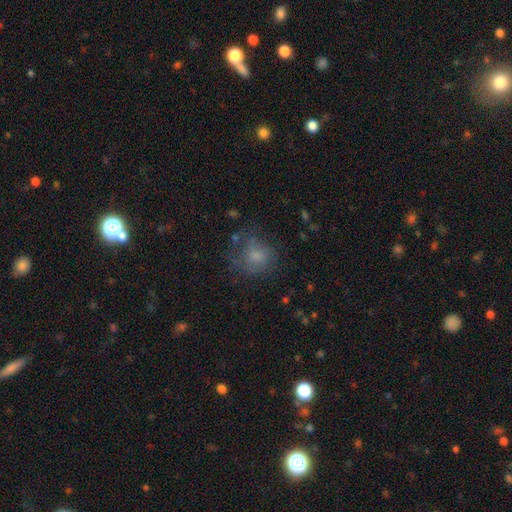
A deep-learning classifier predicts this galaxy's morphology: A smooth galaxy with no disk features (68%) that is round (73%).

Vote fractions:
- Smooth or featured? smooth: 68% / featured or disk: 17% / star or artifact: 14%
- How rounded? round: 73% / in between: 26% / cigar-shaped: 1%
- Merging? none: 53% / minor disturbance: 23% / major disturbance: 21% / merger: 3%